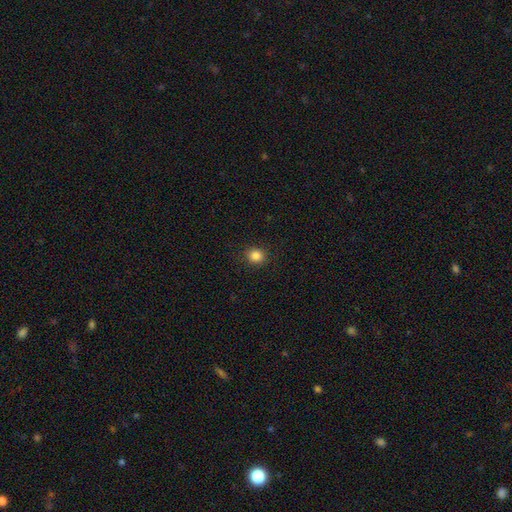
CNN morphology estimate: smooth 85%, star or artifact 11%, featured or disk 4%. Down the decision tree: how rounded — round (83%); merging — none (90%).